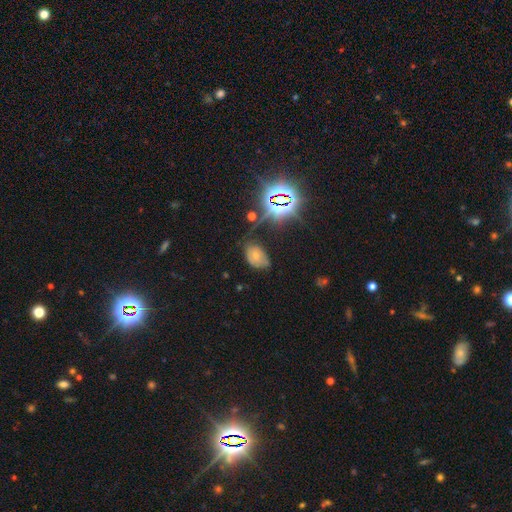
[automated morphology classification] smooth 53%, star or artifact 26%, featured or disk 21%. Down the decision tree: how rounded — in between (84%); merging — none (54%).